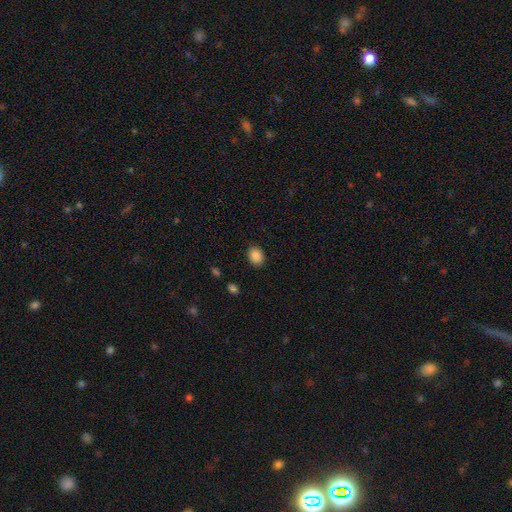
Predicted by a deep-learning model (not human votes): smooth_or_featured: smooth (p=0.87) [alt: star or artifact p=0.08]
how_rounded: in between (p=0.63) [alt: round p=0.36]
merging: none (p=0.89) [alt: minor disturbance p=0.08]